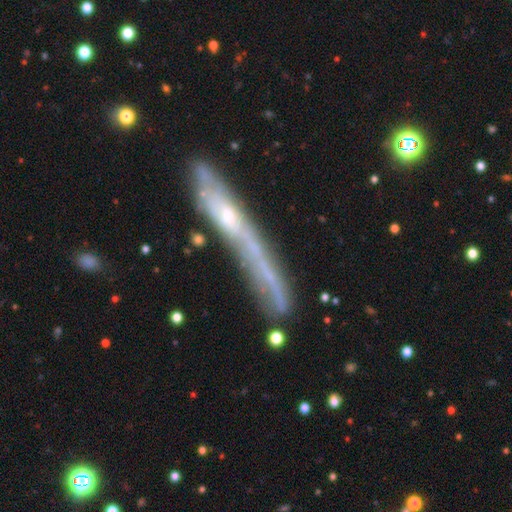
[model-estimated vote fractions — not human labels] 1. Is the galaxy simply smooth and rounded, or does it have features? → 62% featured or disk, 29% smooth, 9% star or artifact.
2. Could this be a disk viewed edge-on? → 80% yes, 20% no.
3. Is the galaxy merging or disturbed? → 62% none, 20% minor disturbance, 9% merger, 8% major disturbance.